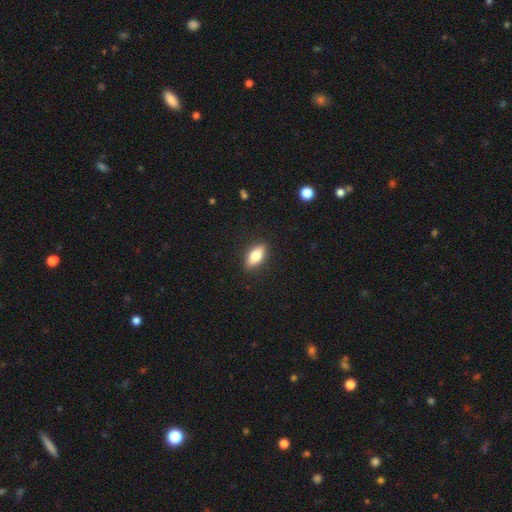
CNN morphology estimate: Smooth or featured: smooth — 76% (featured or disk — 17%)
How rounded: in between — 81% (cigar-shaped — 15%)
Merging: none — 89% (minor disturbance — 8%)